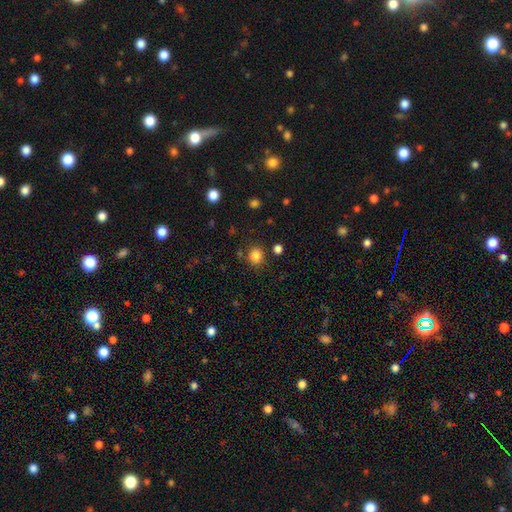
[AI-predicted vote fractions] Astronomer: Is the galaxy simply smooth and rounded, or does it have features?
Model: smooth — 84%.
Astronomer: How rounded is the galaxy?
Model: round — 82%.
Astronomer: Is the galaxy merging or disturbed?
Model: none — 82%.